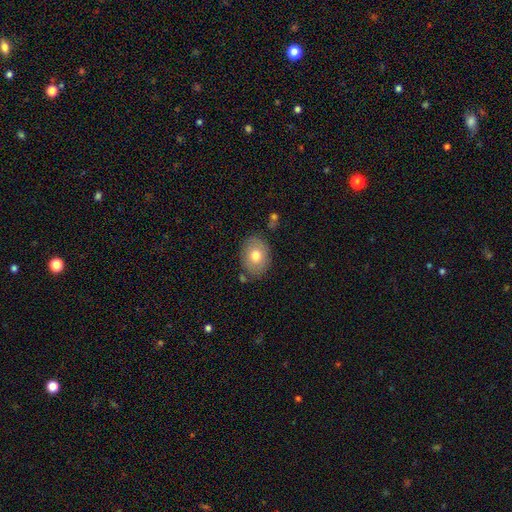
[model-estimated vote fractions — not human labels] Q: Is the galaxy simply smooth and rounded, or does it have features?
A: smooth — 71%.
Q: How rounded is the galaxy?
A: in between — 64%.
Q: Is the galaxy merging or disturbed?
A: none — 79%.